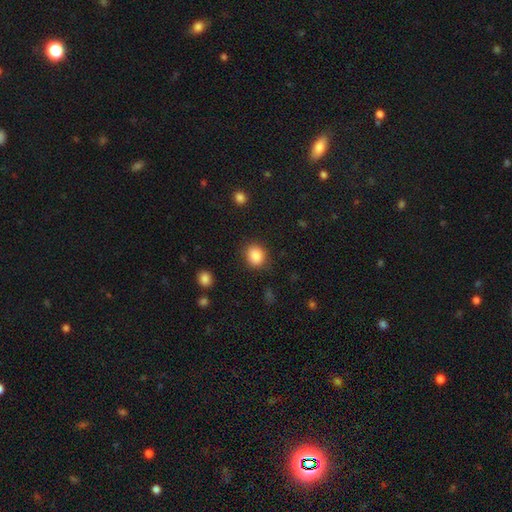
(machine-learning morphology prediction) smooth_or_featured: smooth (p=0.88) [alt: star or artifact p=0.09]
how_rounded: round (p=0.74) [alt: in between p=0.26]
merging: none (p=0.85) [alt: minor disturbance p=0.10]